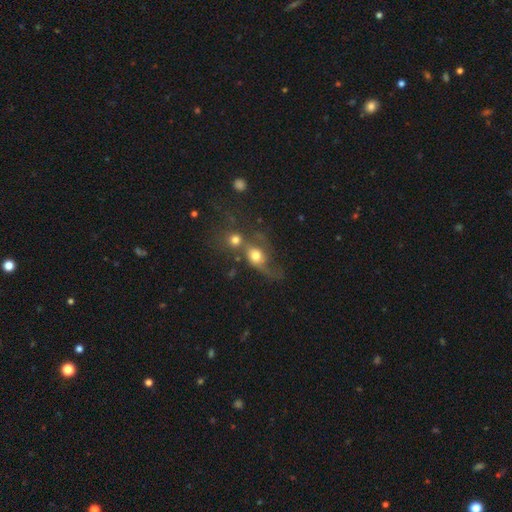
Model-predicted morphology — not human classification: Q: Smooth or featured?
A: smooth (60%); runner-up: featured or disk (27%)
Q: How rounded?
A: round (58%); runner-up: in between (39%)
Q: Merging?
A: merger (52%); runner-up: none (20%)